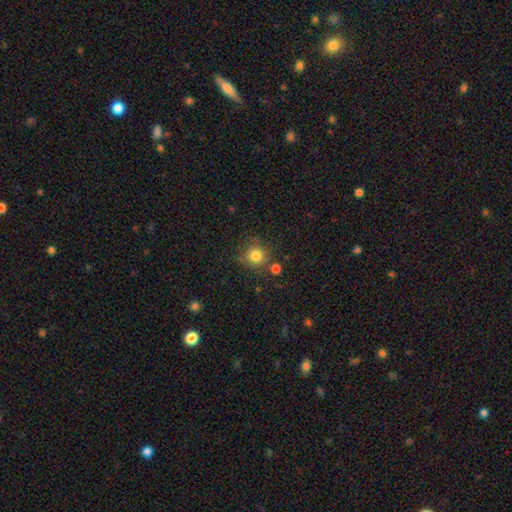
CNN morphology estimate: Smooth or featured: smooth — 81% (star or artifact — 12%)
How rounded: round — 92% (in between — 7%)
Merging: none — 78% (minor disturbance — 11%)